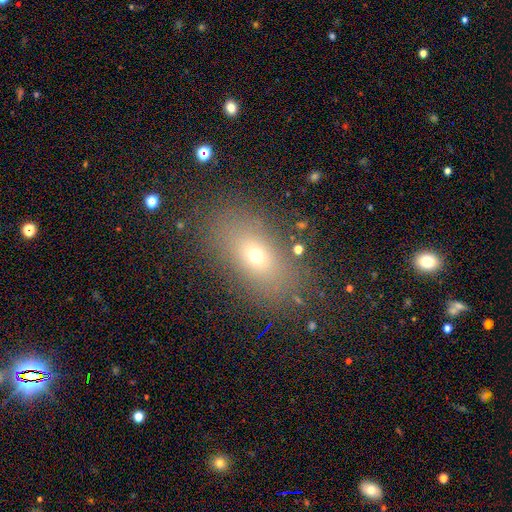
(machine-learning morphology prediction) smooth_or_featured: smooth (p=0.63) [alt: featured or disk p=0.19]
how_rounded: in between (p=0.78) [alt: round p=0.15]
merging: none (p=0.81) [alt: minor disturbance p=0.11]